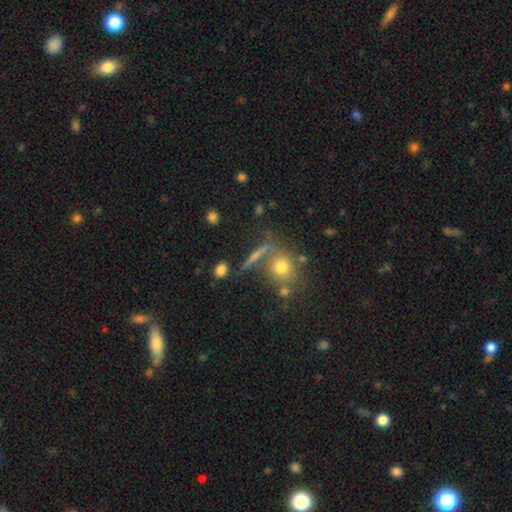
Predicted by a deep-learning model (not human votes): Smooth or featured? Predicted: smooth (p=0.56). How rounded? Predicted: round (p=0.45). Merging? Predicted: none (p=0.71).